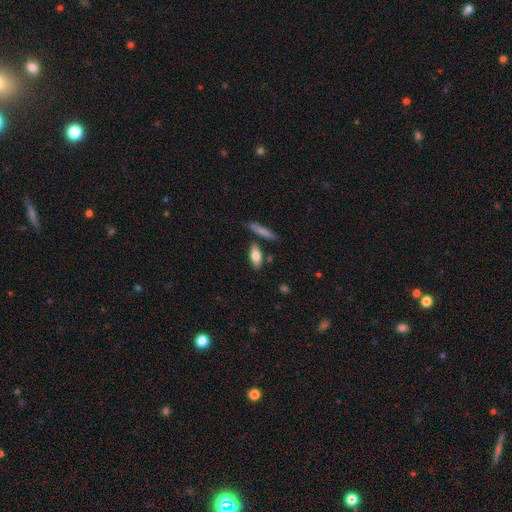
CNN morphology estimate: Q: Smooth or featured?
A: smooth (79%); runner-up: featured or disk (15%)
Q: How rounded?
A: in between (75%); runner-up: cigar-shaped (22%)
Q: Merging?
A: none (75%); runner-up: minor disturbance (13%)